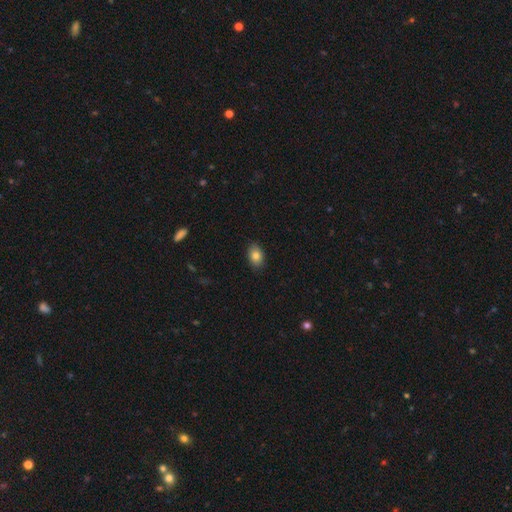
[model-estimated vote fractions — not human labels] The model was most divided on "how rounded": in between: 85%, round: 14%, cigar-shaped: 1%. More confident: merging — none (88%); smooth or featured — smooth (82%).